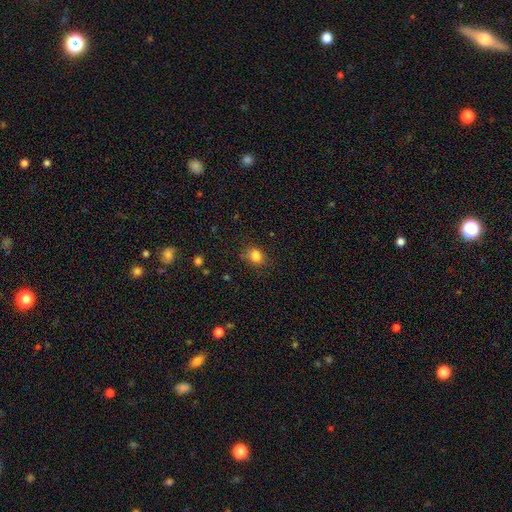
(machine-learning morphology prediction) smooth-or-featured: smooth: 83% | star or artifact: 11% | featured or disk: 6%
  how-rounded: round: 57% | in between: 42% | cigar-shaped: 1%
  merging: none: 69% | minor disturbance: 22% | major disturbance: 6% | merger: 2%